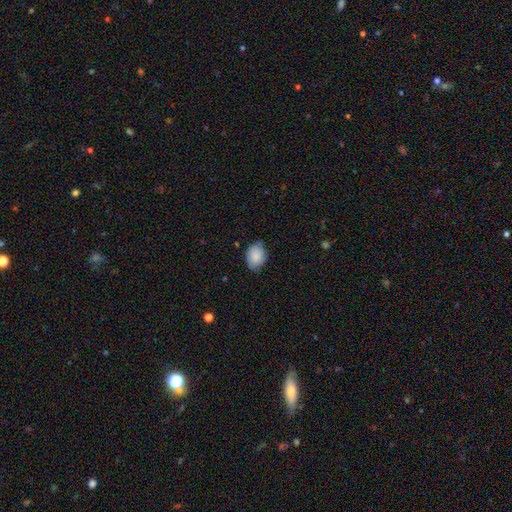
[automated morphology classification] Smooth or featured? smooth (84%)
How rounded? in between (70%)
Merging? none (70%)